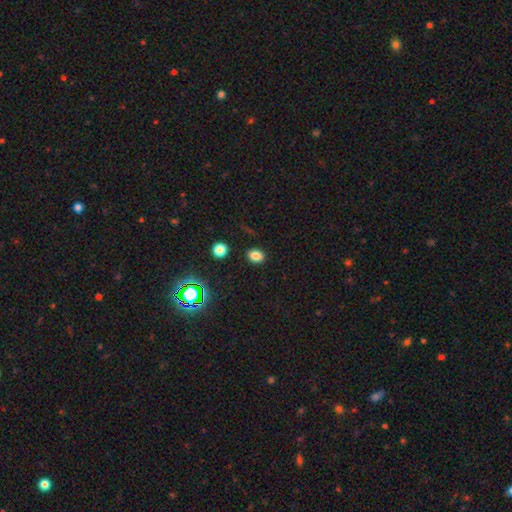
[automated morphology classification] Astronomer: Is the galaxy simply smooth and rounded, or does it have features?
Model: smooth — 79%.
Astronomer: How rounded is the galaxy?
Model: in between — 64%.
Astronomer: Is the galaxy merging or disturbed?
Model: none — 87%.